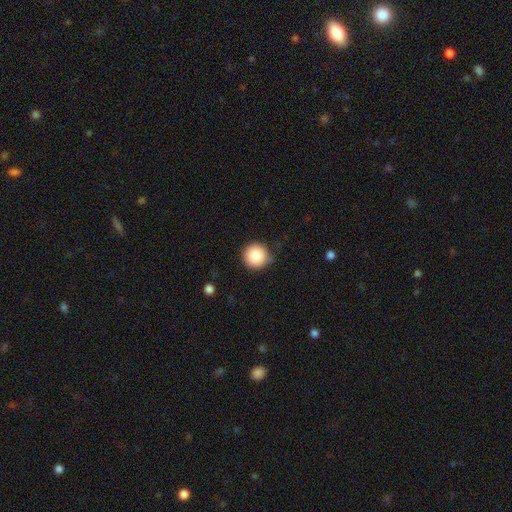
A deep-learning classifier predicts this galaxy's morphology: smooth-or-featured: smooth: 85% | star or artifact: 9% | featured or disk: 6%
  how-rounded: round: 96% | in between: 3% | cigar-shaped: 1%
  merging: none: 79% | minor disturbance: 16% | major disturbance: 4% | merger: 2%